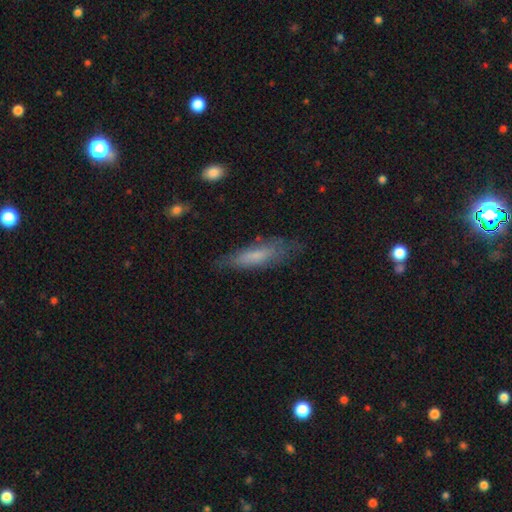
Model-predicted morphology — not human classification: Smooth or featured? smooth (63%)
How rounded? cigar-shaped (64%)
Merging? none (69%)